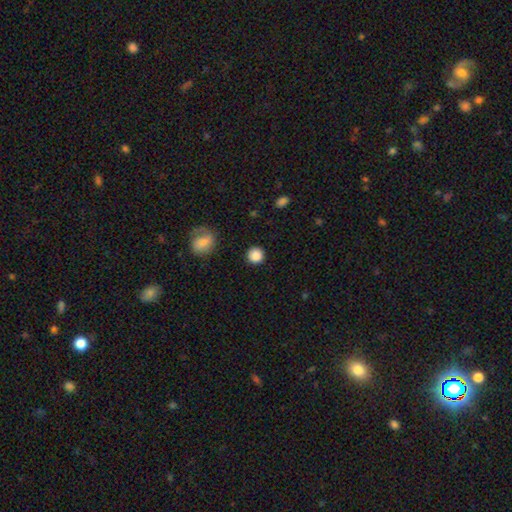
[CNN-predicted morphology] smooth_or_featured: smooth (p=0.87) [alt: star or artifact p=0.09]
how_rounded: round (p=0.93) [alt: in between p=0.06]
merging: none (p=0.89) [alt: minor disturbance p=0.06]